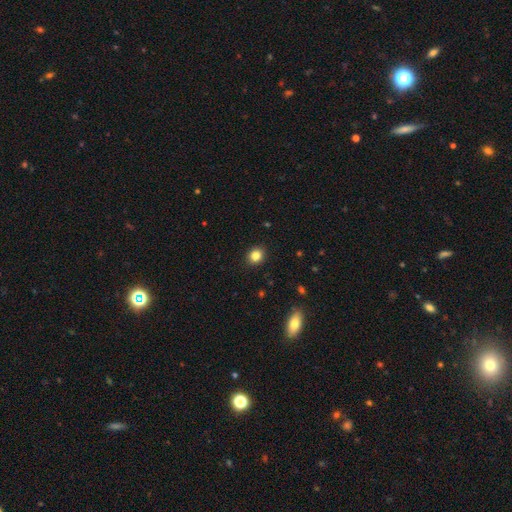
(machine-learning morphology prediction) smooth-or-featured: smooth: 83% | star or artifact: 11% | featured or disk: 5%
  how-rounded: round: 74% | in between: 25% | cigar-shaped: 1%
  merging: none: 91% | minor disturbance: 6% | major disturbance: 2% | merger: 1%